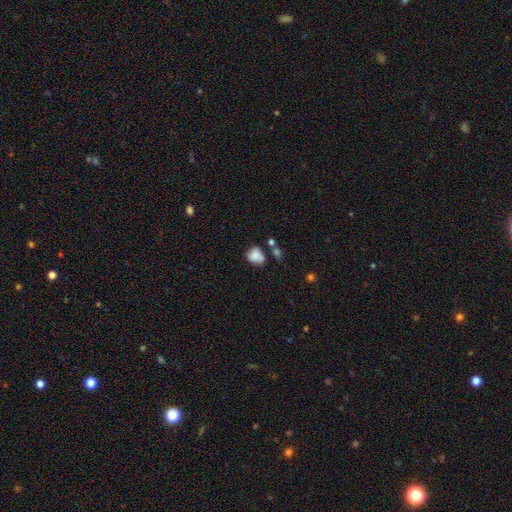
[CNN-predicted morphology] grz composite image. It shows a smooth galaxy with no disk features (79%) that is round (60%). Merging: none (48%).